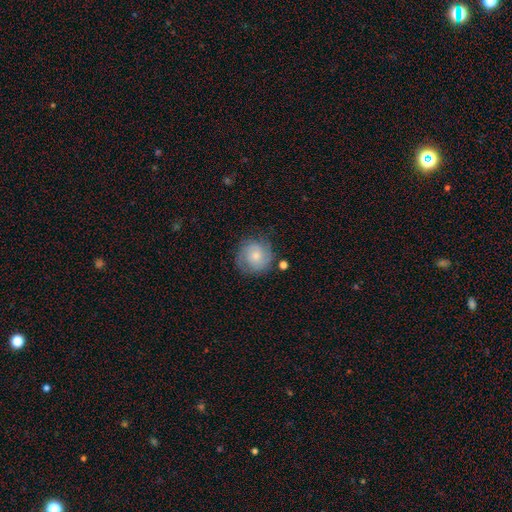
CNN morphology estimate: Overall: featured or disk (48%; smooth 44%). Merging: none (73%).